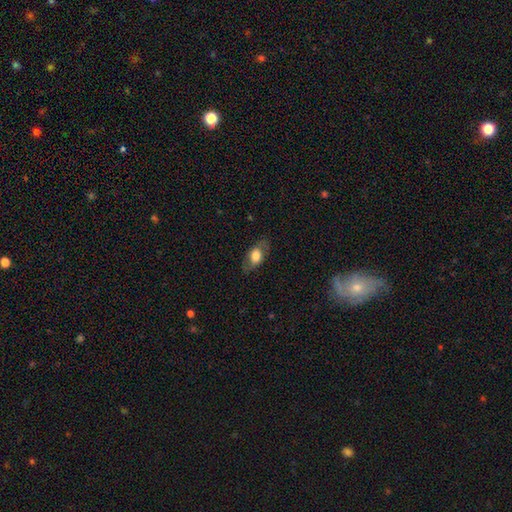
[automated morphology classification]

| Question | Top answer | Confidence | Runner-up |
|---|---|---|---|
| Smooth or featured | smooth | 63% | featured or disk (30%) |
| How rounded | in between | 87% | round (8%) |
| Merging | none | 78% | minor disturbance (15%) |